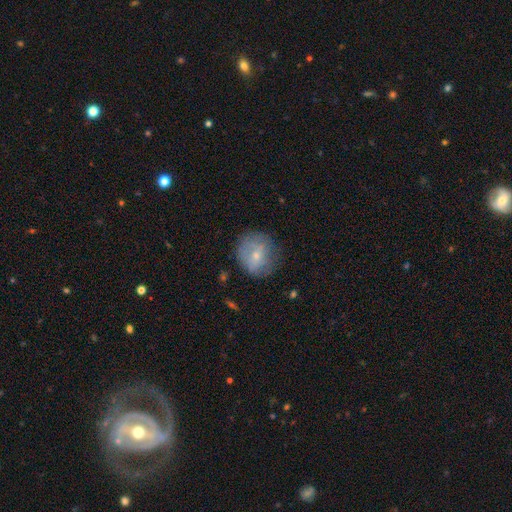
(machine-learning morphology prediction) Overall: smooth (55%; featured or disk 36%). How rounded: round (83%). Merging: none (69%).